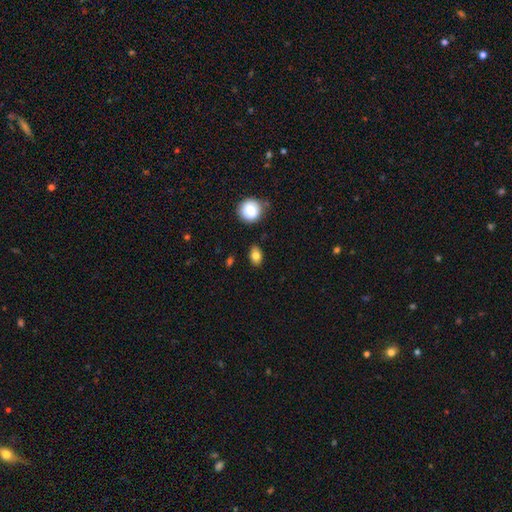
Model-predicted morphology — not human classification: A smooth galaxy with no disk features (81%) that is in between round and cigar-shaped (78%). Merging: none (85%).